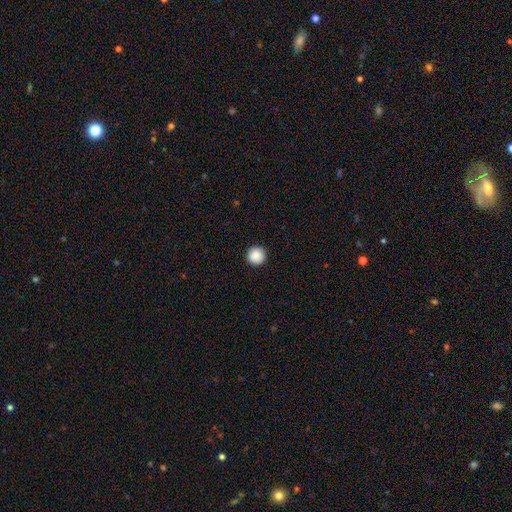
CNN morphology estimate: type=smooth (89%); roundness=round (96%); merging=none (93%).